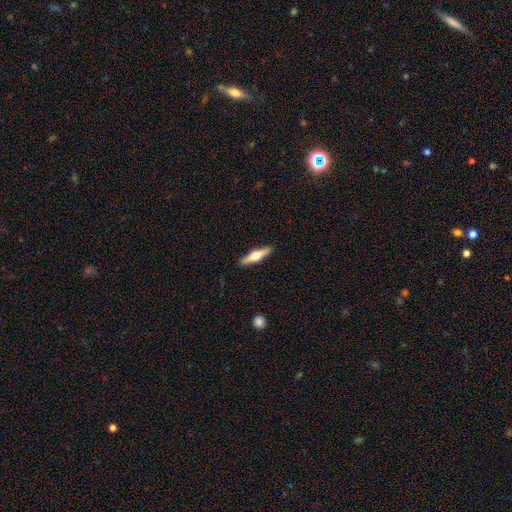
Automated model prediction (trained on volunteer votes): Smooth or featured? featured or disk (58%)
Edge-on disk? yes (95%)
Edge-on bulge? rounded (95%)
Merging? none (91%)